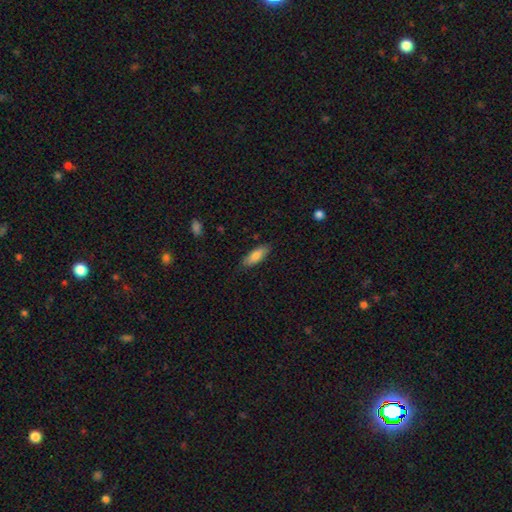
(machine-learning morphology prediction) smooth-or-featured: smooth: 81% | featured or disk: 13% | star or artifact: 6%
  how-rounded: in between: 68% | cigar-shaped: 30% | round: 2%
  merging: none: 82% | minor disturbance: 14% | major disturbance: 3% | merger: 1%